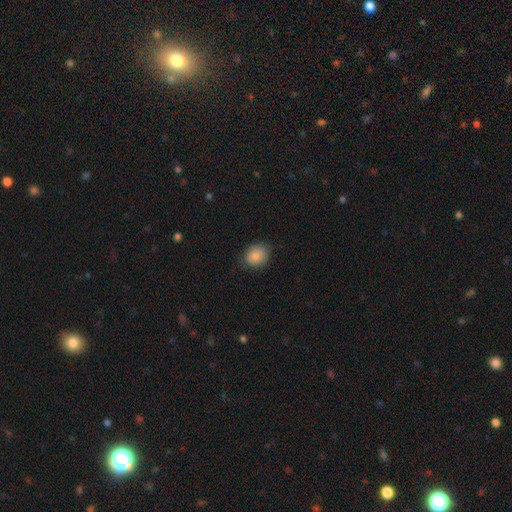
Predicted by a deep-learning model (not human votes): A smooth galaxy with no disk features (86%) that is round (61%).

Vote fractions:
- Smooth or featured? smooth: 86% / star or artifact: 8% / featured or disk: 7%
- How rounded? round: 61% / in between: 39% / cigar-shaped: 1%
- Merging? none: 75% / minor disturbance: 20% / major disturbance: 4% / merger: 1%